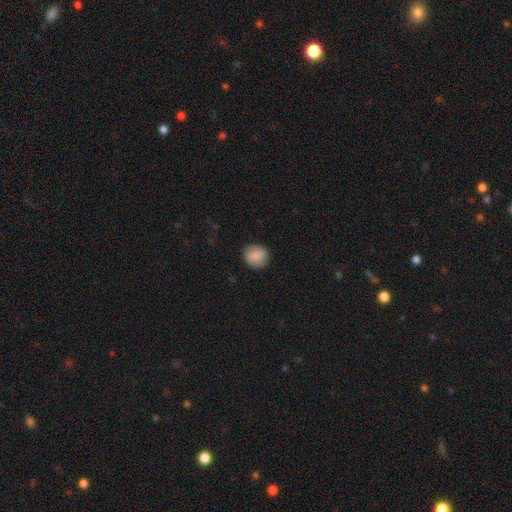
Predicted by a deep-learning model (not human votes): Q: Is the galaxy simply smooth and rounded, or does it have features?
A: smooth — 84%.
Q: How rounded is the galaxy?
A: round — 85%.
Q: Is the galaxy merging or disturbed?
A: none — 86%.